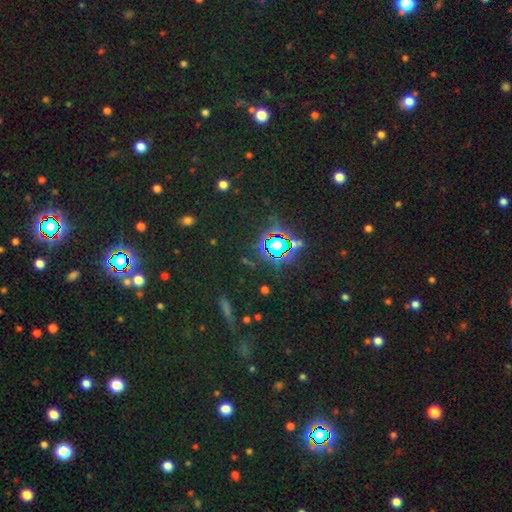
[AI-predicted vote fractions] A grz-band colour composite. It shows a star or artifact, not a galaxy (81%).